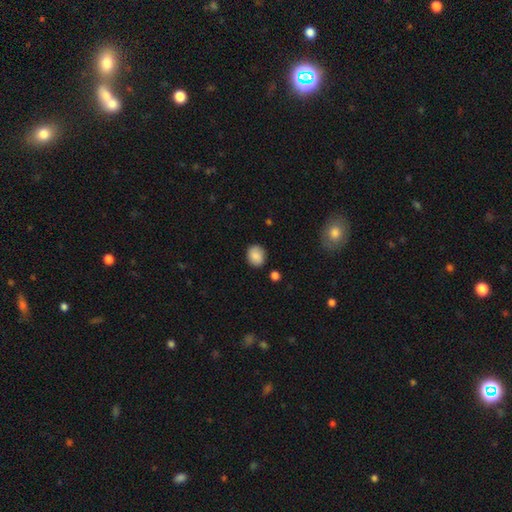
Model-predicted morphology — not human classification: Smooth or featured? Predicted: smooth (p=0.86). How rounded? Predicted: round (p=0.61). Merging? Predicted: none (p=0.85).